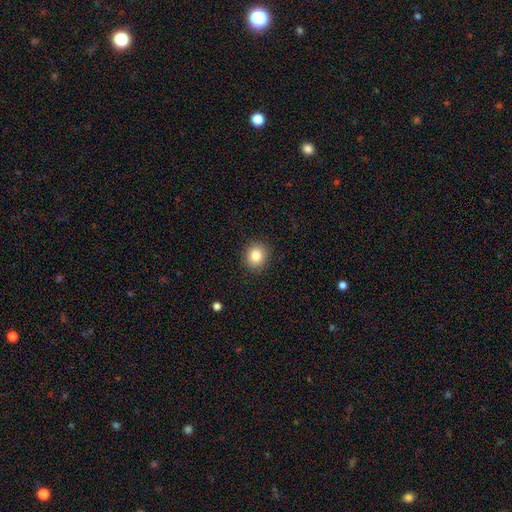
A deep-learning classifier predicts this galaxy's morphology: smooth 84%, star or artifact 10%, featured or disk 6%. Down the decision tree: how rounded — round (85%); merging — none (91%).